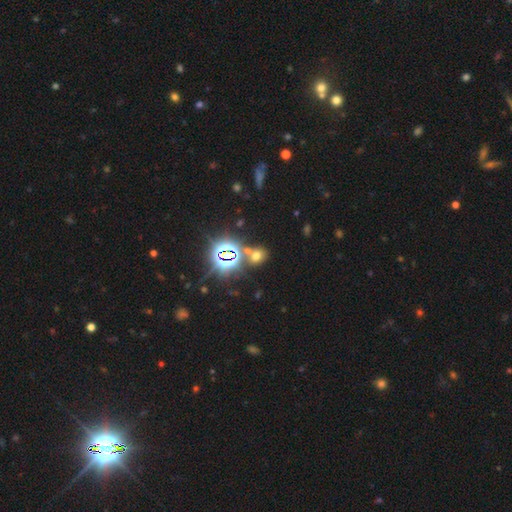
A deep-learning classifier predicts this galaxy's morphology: type=smooth (48%); merging=none (66%).